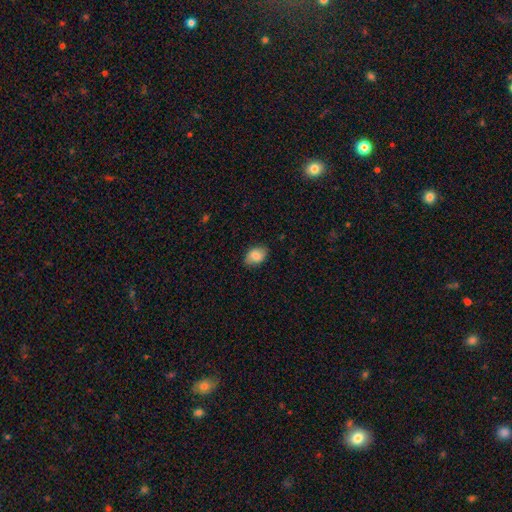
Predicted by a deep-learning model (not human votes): Smooth or featured? Predicted: smooth (p=0.81). How rounded? Predicted: in between (p=0.83). Merging? Predicted: none (p=0.81).